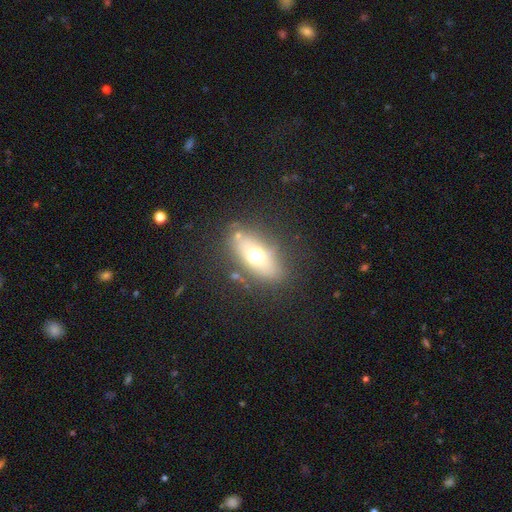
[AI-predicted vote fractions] A smooth galaxy with no disk features (55%) that is in between round and cigar-shaped (73%). Merging: none (74%).